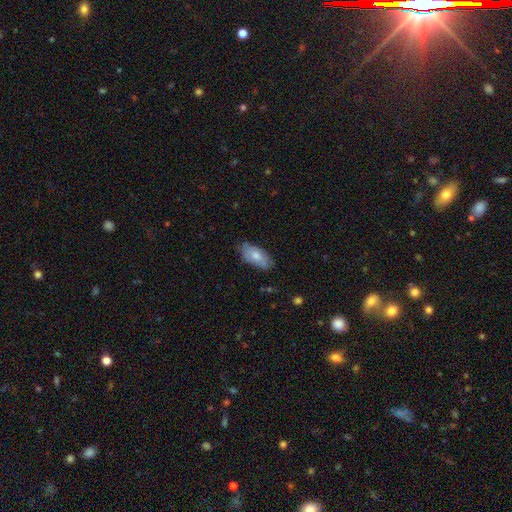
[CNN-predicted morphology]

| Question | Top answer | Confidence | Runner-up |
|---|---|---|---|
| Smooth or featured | smooth | 68% | featured or disk (26%) |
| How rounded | in between | 91% | cigar-shaped (6%) |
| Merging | none | 69% | minor disturbance (25%) |